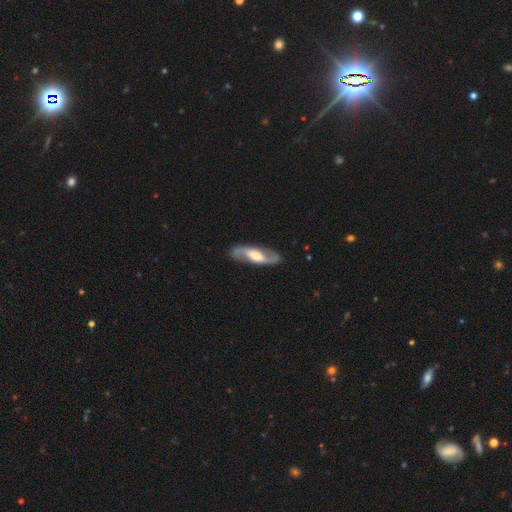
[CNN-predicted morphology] featured or disk 83%, smooth 13%, star or artifact 4%. Down the decision tree: edge-on disk — no (89%); bar — weak (41%); spiral arms — yes (93%); spiral arm count — 2 (93%); spiral winding — medium (44%); bulge size — moderate (54%); merging — none (86%).